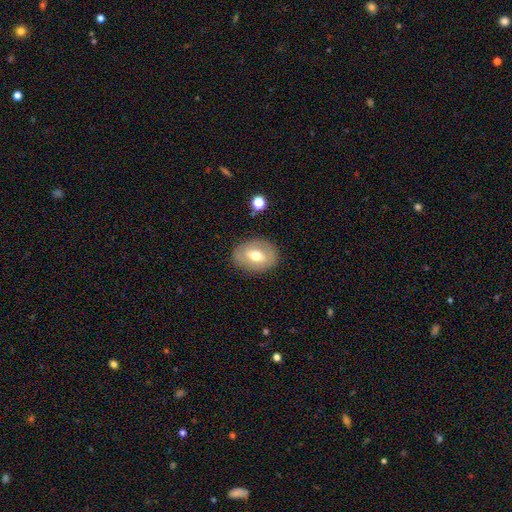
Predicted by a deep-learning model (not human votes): A smooth galaxy with no disk features (52%) that is in between round and cigar-shaped (69%). Merging: none (83%).